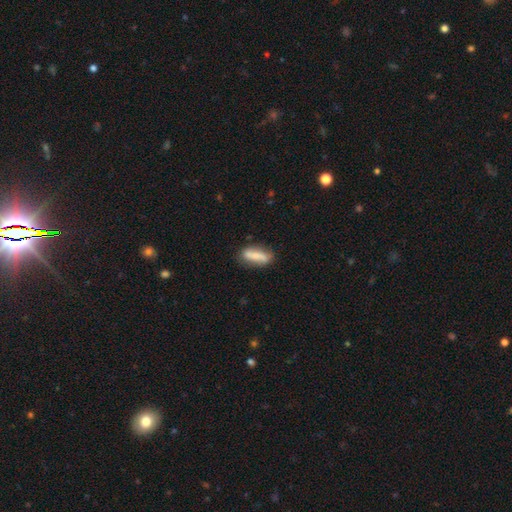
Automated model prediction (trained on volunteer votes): This is likely a smooth galaxy (74%). How rounded: possibly in between (57%). Merging: likely none (75%).